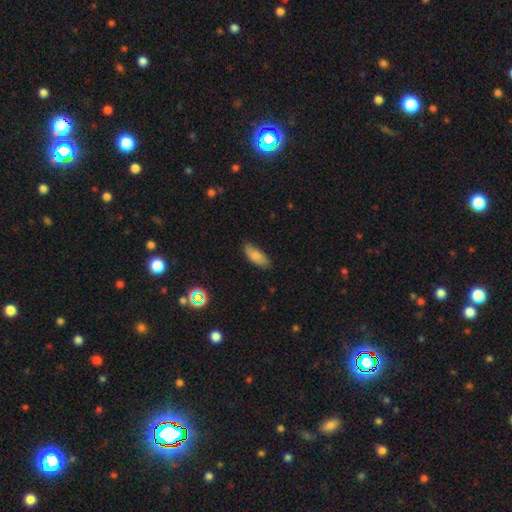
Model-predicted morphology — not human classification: smooth-or-featured: smooth: 82% | featured or disk: 11% | star or artifact: 7%
  how-rounded: in between: 79% | cigar-shaped: 19% | round: 2%
  merging: none: 78% | minor disturbance: 18% | major disturbance: 3% | merger: 1%